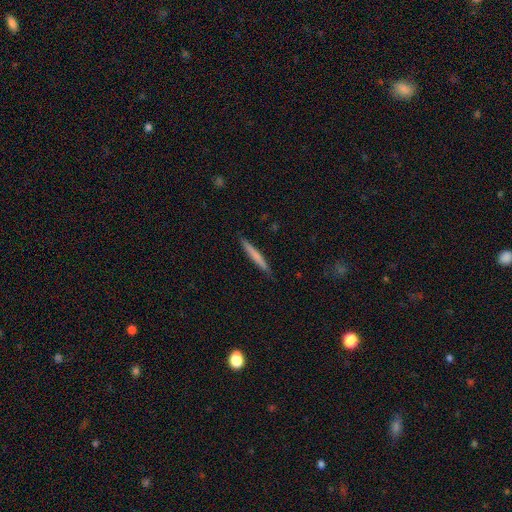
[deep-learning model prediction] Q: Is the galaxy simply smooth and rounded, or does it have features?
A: smooth — 67%.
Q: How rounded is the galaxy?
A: cigar-shaped — 96%.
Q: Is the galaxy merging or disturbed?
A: none — 89%.